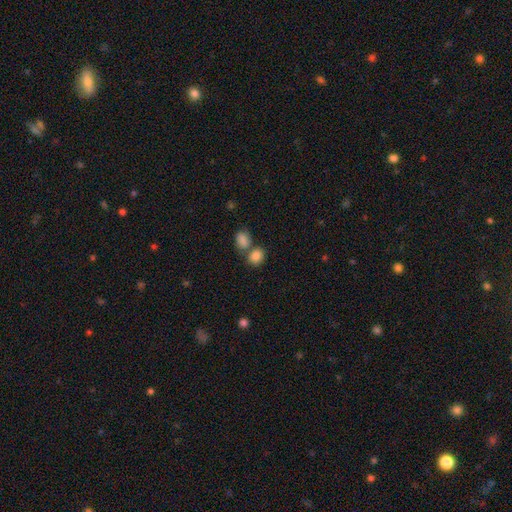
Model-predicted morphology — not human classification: Q: Smooth or featured?
A: smooth (85%); runner-up: star or artifact (9%)
Q: How rounded?
A: in between (51%); runner-up: round (48%)
Q: Merging?
A: none (44%); runner-up: merger (43%)